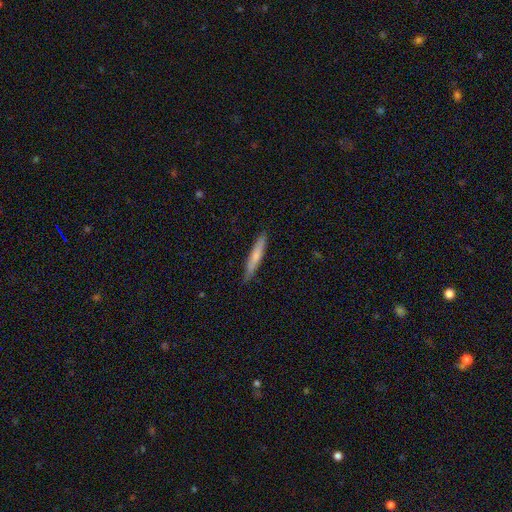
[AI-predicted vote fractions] The model was most divided on "smooth or featured": smooth: 67%, featured or disk: 28%, star or artifact: 5%. More confident: how rounded — cigar-shaped (93%); merging — none (87%).